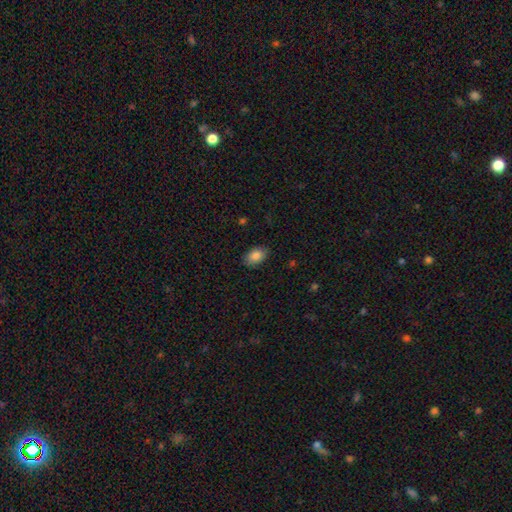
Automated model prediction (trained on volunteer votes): smooth-or-featured: smooth: 85% | star or artifact: 8% | featured or disk: 7%
  how-rounded: in between: 87% | round: 12% | cigar-shaped: 1%
  merging: none: 85% | minor disturbance: 11% | major disturbance: 3% | merger: 1%